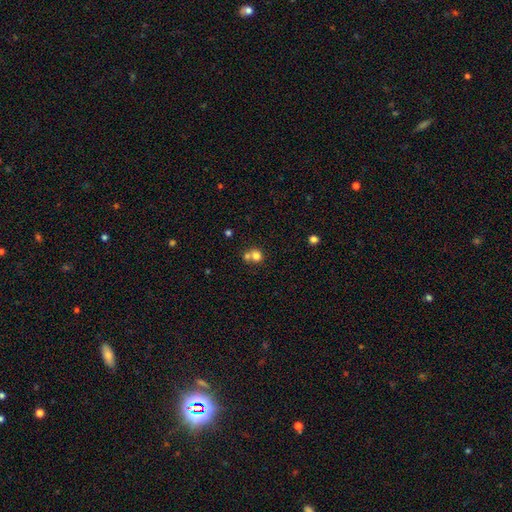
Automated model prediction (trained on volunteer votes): smooth-or-featured: smooth: 77% | star or artifact: 12% | featured or disk: 11%
  how-rounded: round: 80% | in between: 19% | cigar-shaped: 1%
  merging: merger: 50% | none: 41% | minor disturbance: 7% | major disturbance: 3%